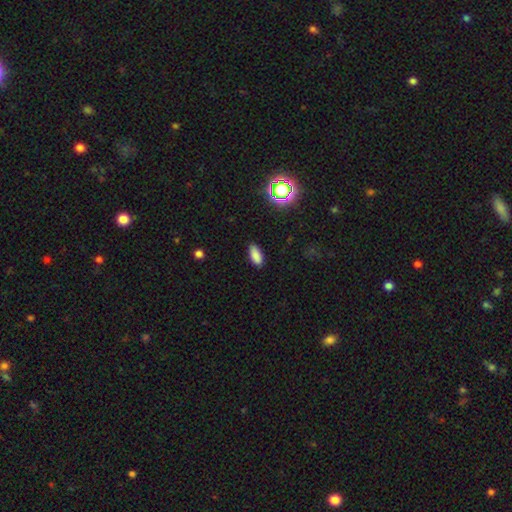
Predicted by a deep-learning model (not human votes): smooth_or_featured: smooth (p=0.84) [alt: star or artifact p=0.11]
how_rounded: in between (p=0.86) [alt: cigar-shaped p=0.11]
merging: none (p=0.85) [alt: minor disturbance p=0.11]